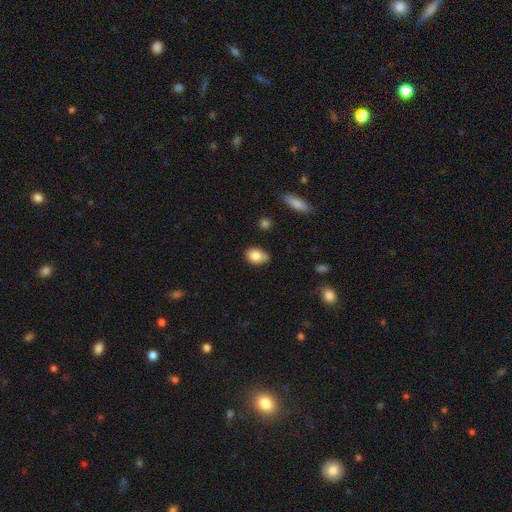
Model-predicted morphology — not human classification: smooth-or-featured: smooth: 83% | star or artifact: 9% | featured or disk: 8%
  how-rounded: in between: 75% | round: 24% | cigar-shaped: 1%
  merging: none: 58% | minor disturbance: 30% | merger: 7% | major disturbance: 5%